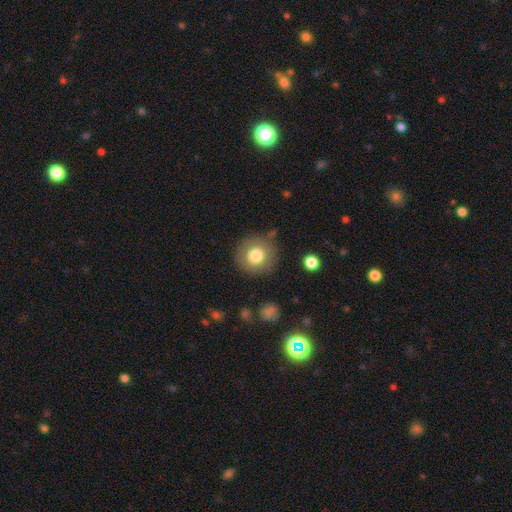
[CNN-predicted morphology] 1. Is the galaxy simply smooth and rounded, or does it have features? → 78% smooth, 13% featured or disk, 10% star or artifact.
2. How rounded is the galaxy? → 94% round, 5% in between, 1% cigar-shaped.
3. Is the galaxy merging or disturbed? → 83% none, 11% minor disturbance, 4% major disturbance, 3% merger.